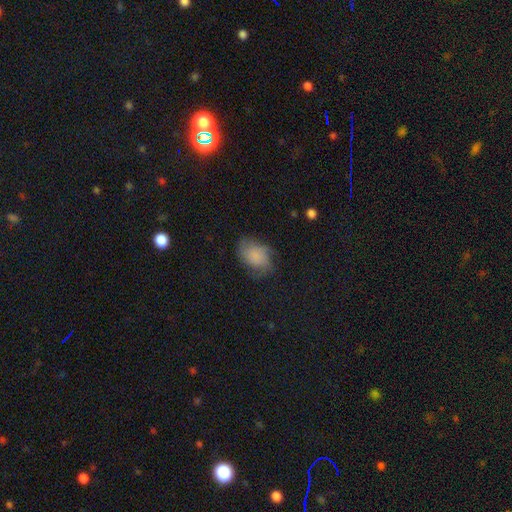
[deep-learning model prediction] smooth_or_featured: smooth (p=0.71) [alt: featured or disk p=0.19]
how_rounded: in between (p=0.73) [alt: round p=0.26]
merging: none (p=0.59) [alt: minor disturbance p=0.27]